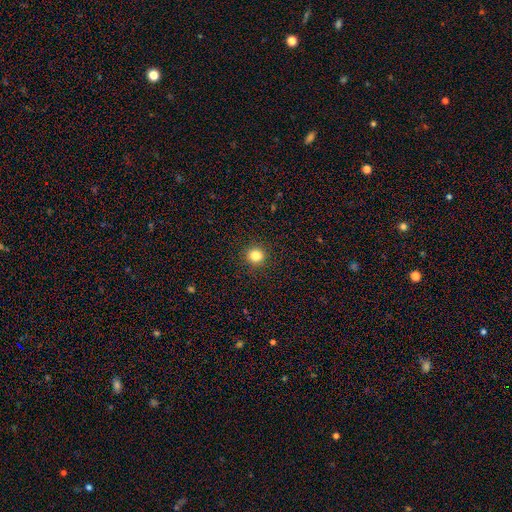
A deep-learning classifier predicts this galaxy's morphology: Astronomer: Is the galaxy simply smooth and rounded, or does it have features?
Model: smooth — 83%.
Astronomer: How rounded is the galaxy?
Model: round — 91%.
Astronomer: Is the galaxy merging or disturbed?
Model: none — 92%.